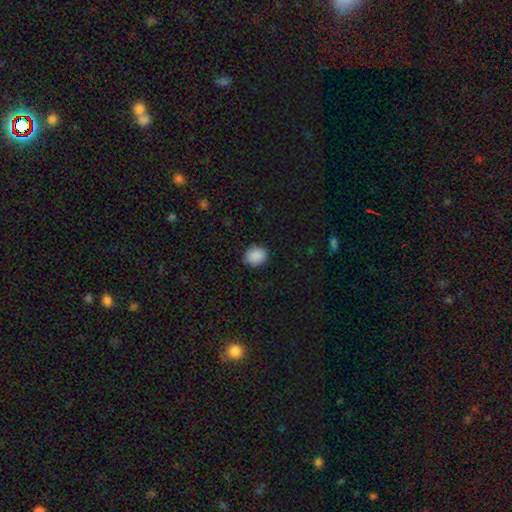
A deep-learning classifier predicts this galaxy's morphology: type=smooth (89%); roundness=round (65%); merging=none (87%).